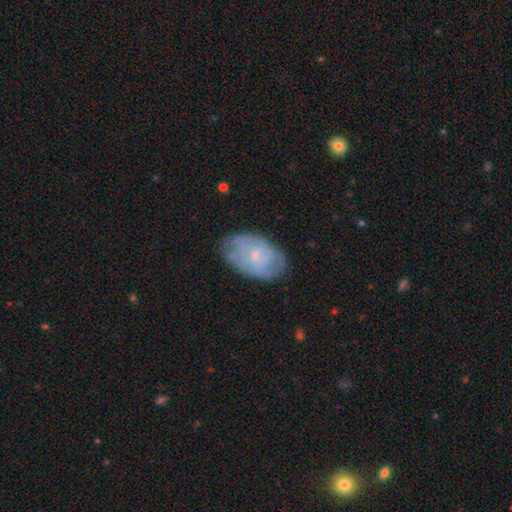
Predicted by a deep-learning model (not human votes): Q: Smooth or featured?
A: featured or disk (54%); runner-up: smooth (39%)
Q: Edge-on disk?
A: no (95%); runner-up: yes (5%)
Q: Bar?
A: no (73%); runner-up: weak (23%)
Q: Spiral arms?
A: yes (60%); runner-up: no (40%)
Q: Bulge size?
A: small (72%); runner-up: moderate (22%)
Q: Merging?
A: none (66%); runner-up: minor disturbance (25%)